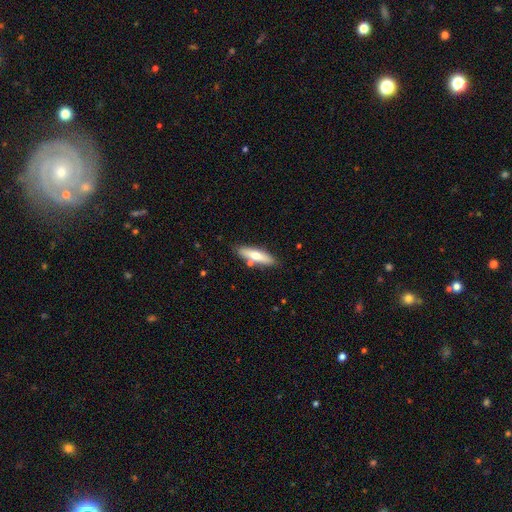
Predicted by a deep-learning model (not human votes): This appears to be a smooth galaxy with no disk features (63%) that is cigar-shaped (64%). Merging: none (79%).